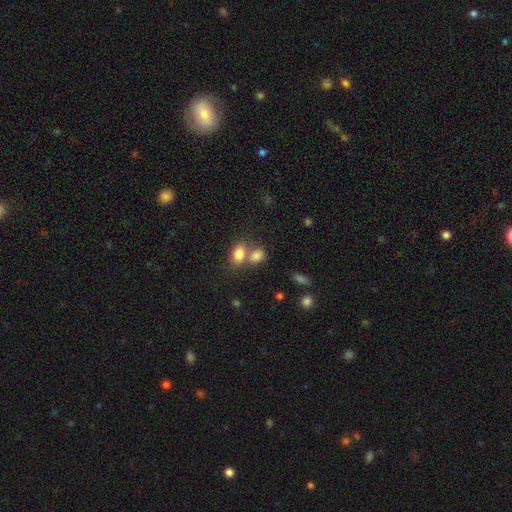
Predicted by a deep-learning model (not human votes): This is clearly a smooth galaxy (80%). How rounded: likely in between (72%). Merging: possibly merger (50%).